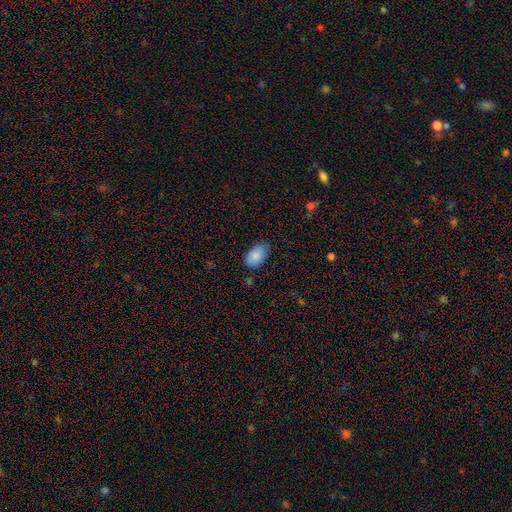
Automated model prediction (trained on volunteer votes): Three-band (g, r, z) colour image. It shows a smooth galaxy with no disk features (87%) that is in between round and cigar-shaped (92%). Merging: none (76%).